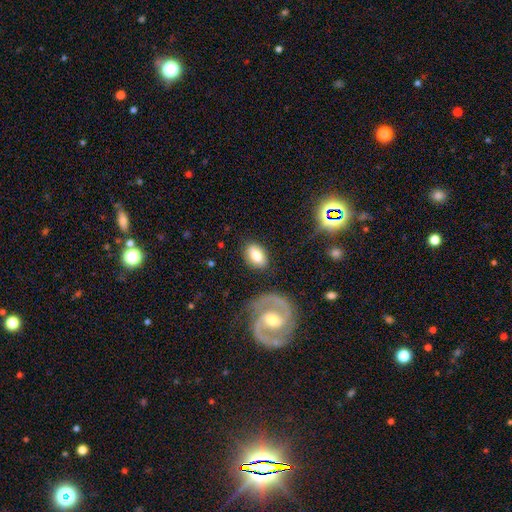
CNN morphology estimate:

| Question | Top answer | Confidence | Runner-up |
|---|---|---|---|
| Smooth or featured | smooth | 74% | featured or disk (18%) |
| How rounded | in between | 86% | round (13%) |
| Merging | none | 79% | minor disturbance (13%) |